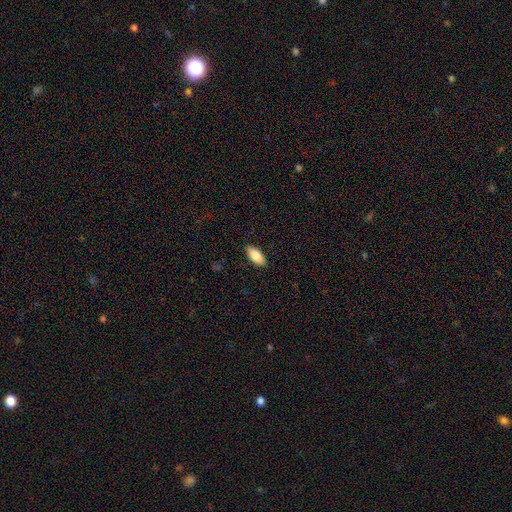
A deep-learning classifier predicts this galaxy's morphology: This appears to be a smooth galaxy with no disk features (85%) that is in between round and cigar-shaped (88%). Merging: none (89%).